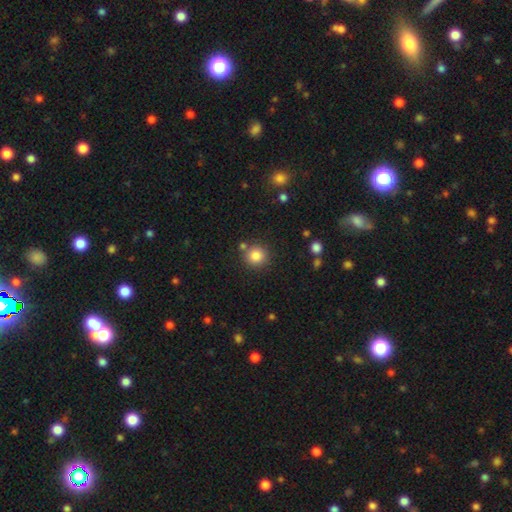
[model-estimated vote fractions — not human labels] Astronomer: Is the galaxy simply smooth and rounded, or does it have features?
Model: smooth — 84%.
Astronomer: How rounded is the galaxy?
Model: round — 93%.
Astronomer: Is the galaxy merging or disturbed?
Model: none — 82%.